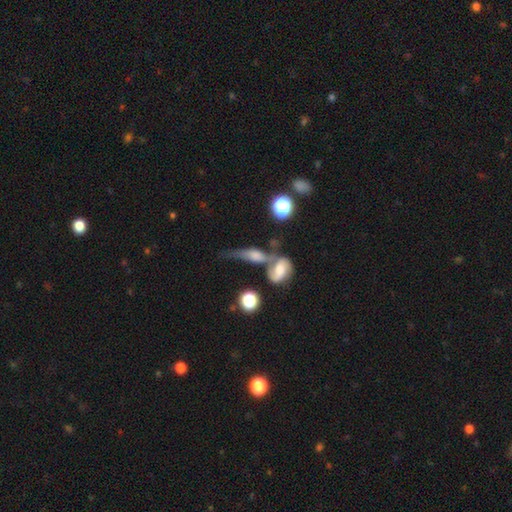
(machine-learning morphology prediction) Smooth or featured? Predicted: featured or disk (p=0.46). Merging? Predicted: merger (p=0.51).